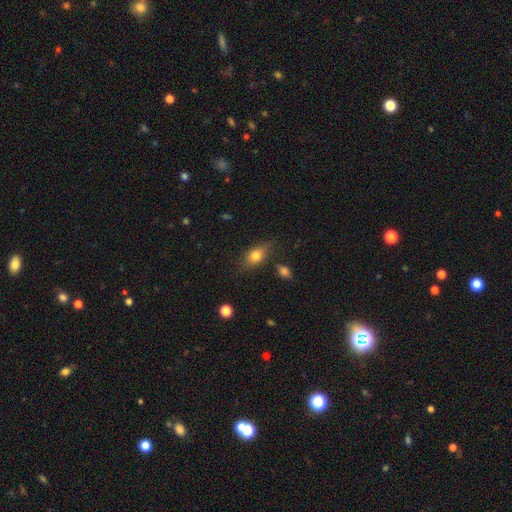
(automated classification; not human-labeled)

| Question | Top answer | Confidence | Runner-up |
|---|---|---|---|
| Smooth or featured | smooth | 74% | featured or disk (17%) |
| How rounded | in between | 77% | round (16%) |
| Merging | none | 72% | minor disturbance (19%) |